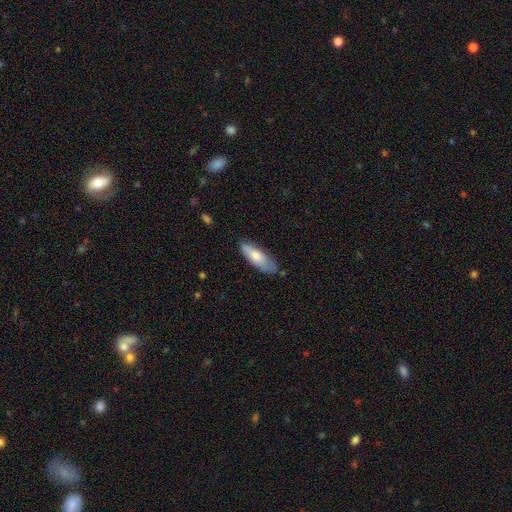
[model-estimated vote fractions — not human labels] The model was most divided on "how rounded": in between: 62%, cigar-shaped: 36%, round: 2%. More confident: smooth or featured — smooth (72%); merging — none (65%).